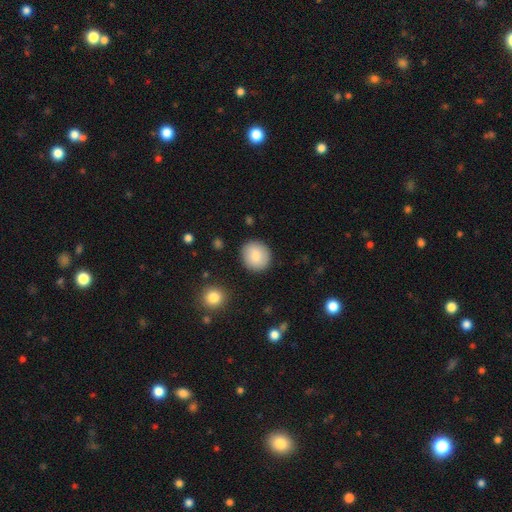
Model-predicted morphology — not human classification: Smooth or featured: smooth — 82% (featured or disk — 11%)
How rounded: round — 85% (in between — 14%)
Merging: none — 88% (minor disturbance — 8%)